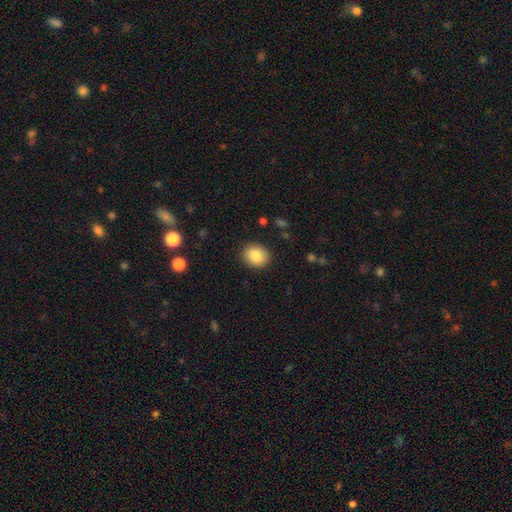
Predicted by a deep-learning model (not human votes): smooth-or-featured: smooth: 86% | star or artifact: 8% | featured or disk: 6%
  how-rounded: round: 65% | in between: 34% | cigar-shaped: 1%
  merging: none: 89% | minor disturbance: 7% | major disturbance: 2% | merger: 1%